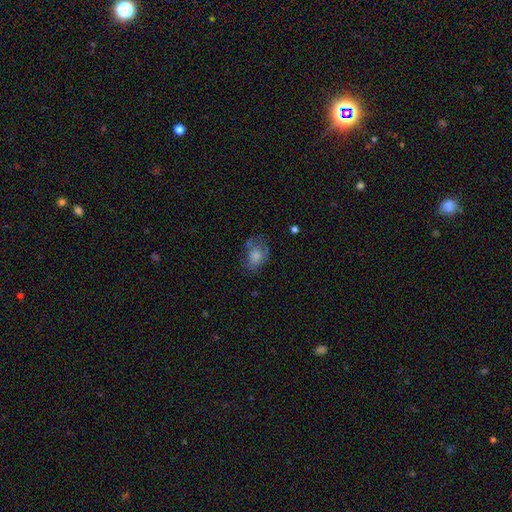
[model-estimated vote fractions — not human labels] The model was most divided on "merging": none: 42%, minor disturbance: 29%, major disturbance: 22%, merger: 7%. More confident: smooth or featured — smooth (71%); how rounded — in between (67%).